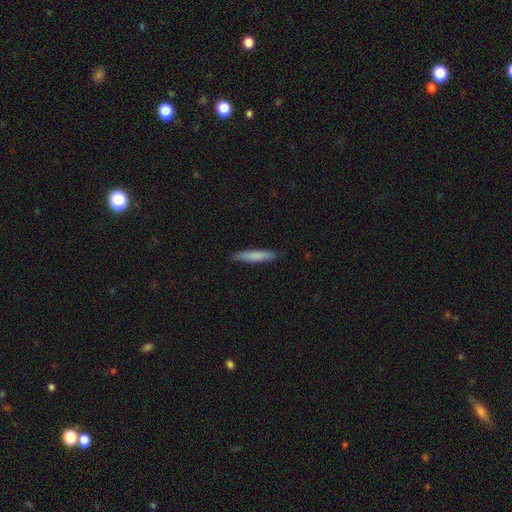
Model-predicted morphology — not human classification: Overall: smooth (78%). How rounded: cigar-shaped (88%). Merging: none (86%).